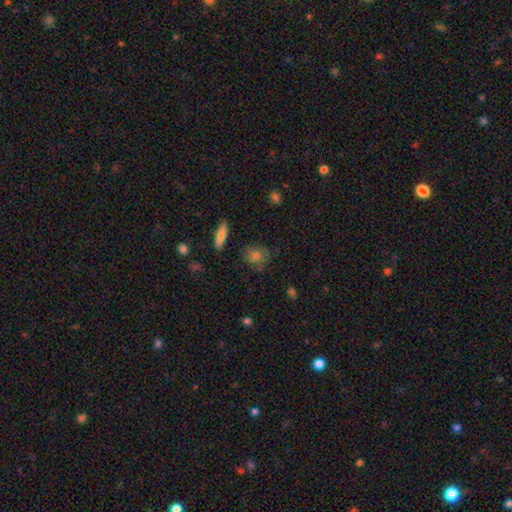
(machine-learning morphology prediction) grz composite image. It shows a smooth galaxy with no disk features (66%) that is round (66%). Merging: none (76%).